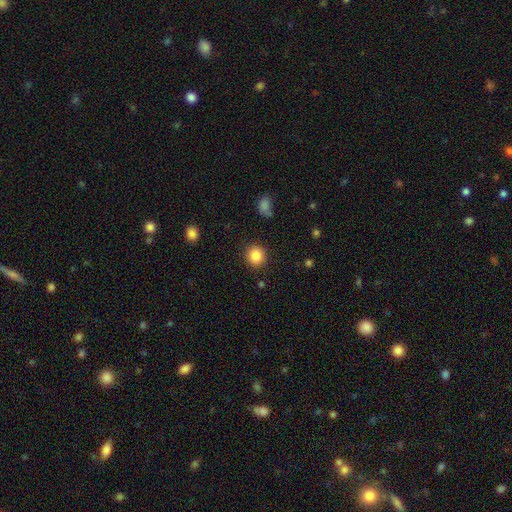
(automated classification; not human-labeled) Smooth or featured: smooth — 86% (star or artifact — 10%)
How rounded: round — 86% (in between — 13%)
Merging: none — 89% (minor disturbance — 7%)